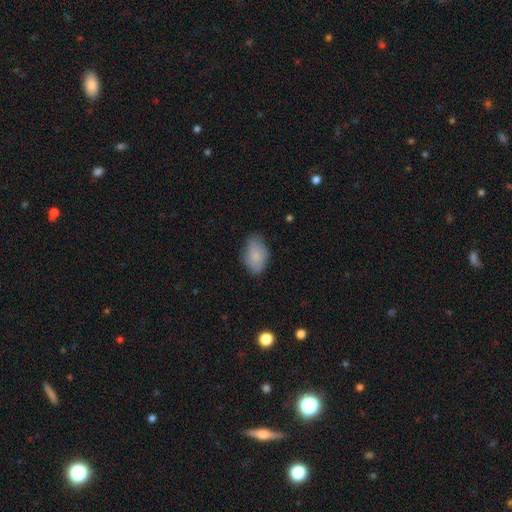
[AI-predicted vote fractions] This appears to be a smooth galaxy with no disk features (79%) that is in between round and cigar-shaped (91%). Merging: none (72%).